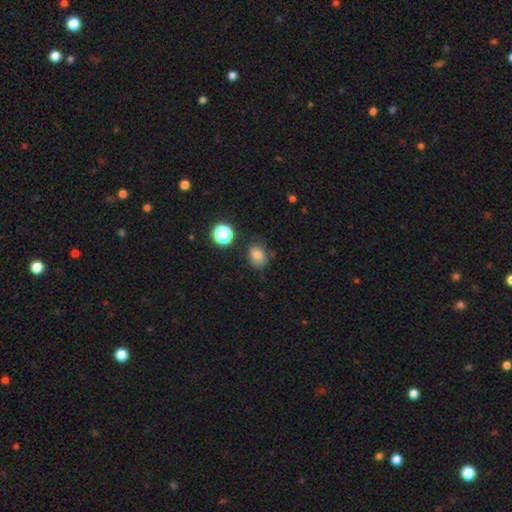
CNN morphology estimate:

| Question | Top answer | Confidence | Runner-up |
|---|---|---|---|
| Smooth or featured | smooth | 79% | star or artifact (13%) |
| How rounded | in between | 65% | round (34%) |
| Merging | none | 66% | minor disturbance (24%) |